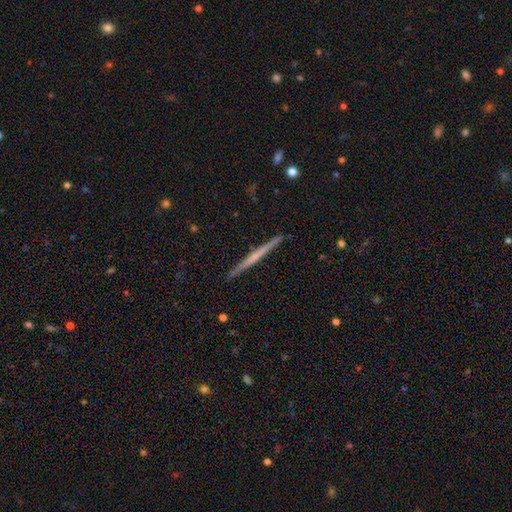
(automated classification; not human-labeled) This is likely a featured or disk galaxy (64%). It is clearly viewed edge-on (98%). Edge-on bulge: likely none (70%). Merging: clearly none (92%).